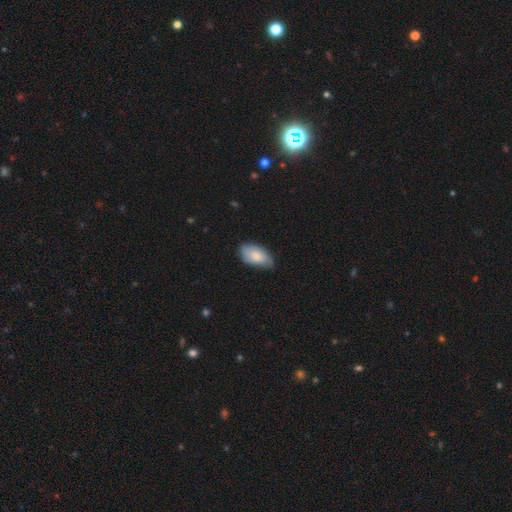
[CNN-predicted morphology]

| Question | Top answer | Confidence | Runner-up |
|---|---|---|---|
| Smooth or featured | smooth | 76% | featured or disk (19%) |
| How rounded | in between | 94% | round (4%) |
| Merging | none | 61% | minor disturbance (32%) |